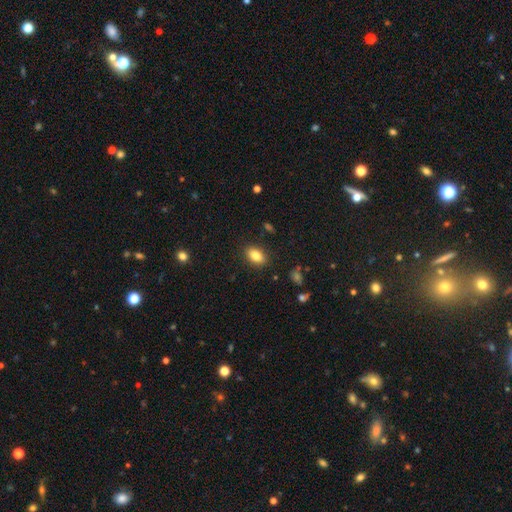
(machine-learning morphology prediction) A smooth galaxy with no disk features (84%) that is in between round and cigar-shaped (86%).

Vote fractions:
- Smooth or featured? smooth: 84% / star or artifact: 9% / featured or disk: 8%
- How rounded? in between: 86% / round: 12% / cigar-shaped: 2%
- Merging? none: 87% / minor disturbance: 9% / major disturbance: 2% / merger: 1%